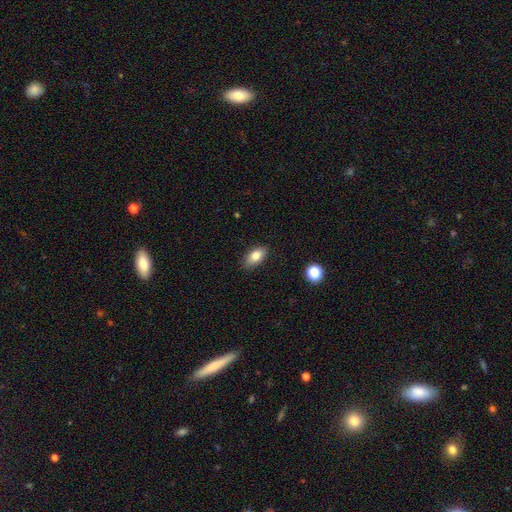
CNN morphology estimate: Smooth or featured?
  - smooth: 80% *
  - featured or disk: 11%
  - star or artifact: 8%
How rounded?
  - in between: 89% *
  - round: 6%
  - cigar-shaped: 5%
Merging?
  - none: 84% *
  - minor disturbance: 12%
  - major disturbance: 2%
  - merger: 1%